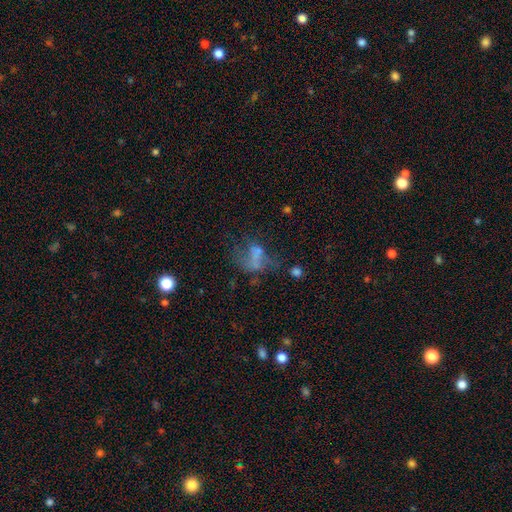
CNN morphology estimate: Smooth or featured: smooth — 42% (featured or disk — 38%)
Merging: major disturbance — 40% (none — 28%)